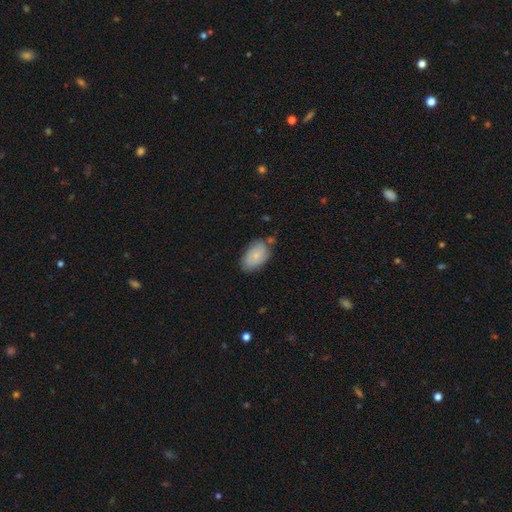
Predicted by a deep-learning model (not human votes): smooth_or_featured: smooth (p=0.72) [alt: featured or disk p=0.21]
how_rounded: in between (p=0.92) [alt: round p=0.06]
merging: none (p=0.69) [alt: minor disturbance p=0.23]